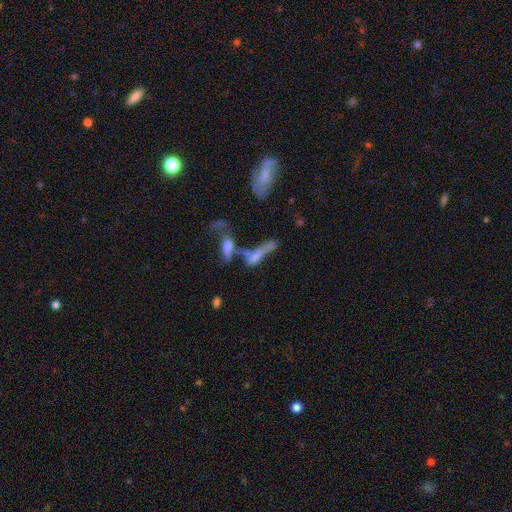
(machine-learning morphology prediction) This is possibly a smooth galaxy (52%). How rounded: possibly cigar-shaped (51%). Merging: possibly merger (59%).